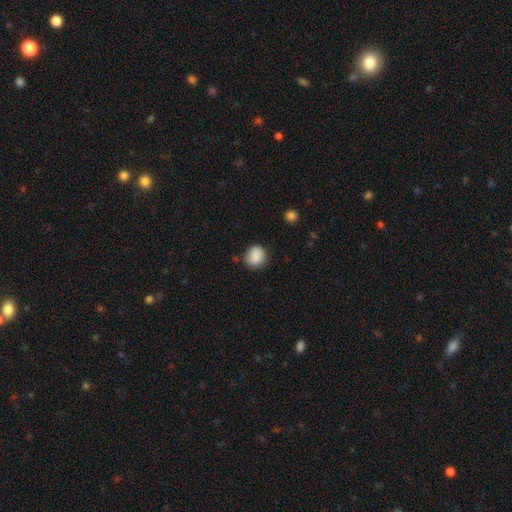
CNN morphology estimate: The model was most divided on "how rounded": round: 80%, in between: 19%, cigar-shaped: 1%. More confident: smooth or featured — smooth (88%); merging — none (80%).